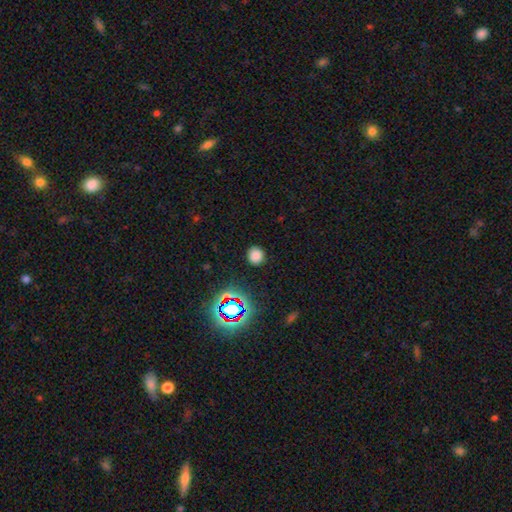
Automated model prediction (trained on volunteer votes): A smooth galaxy with no disk features (76%) that is round (83%).

Vote fractions:
- Smooth or featured? smooth: 76% / star or artifact: 19% / featured or disk: 5%
- How rounded? round: 83% / in between: 16% / cigar-shaped: 1%
- Merging? none: 88% / minor disturbance: 8% / major disturbance: 3% / merger: 1%